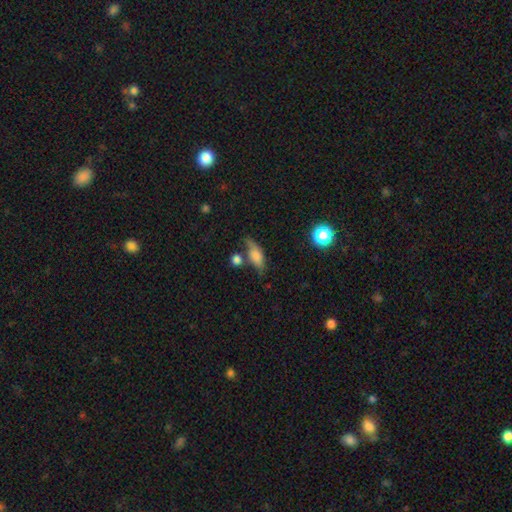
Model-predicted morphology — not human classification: Smooth or featured?
  - smooth: 67% *
  - featured or disk: 23%
  - star or artifact: 10%
How rounded?
  - in between: 69% *
  - cigar-shaped: 23%
  - round: 8%
Merging?
  - none: 48% *
  - minor disturbance: 26%
  - merger: 13%
  - major disturbance: 13%